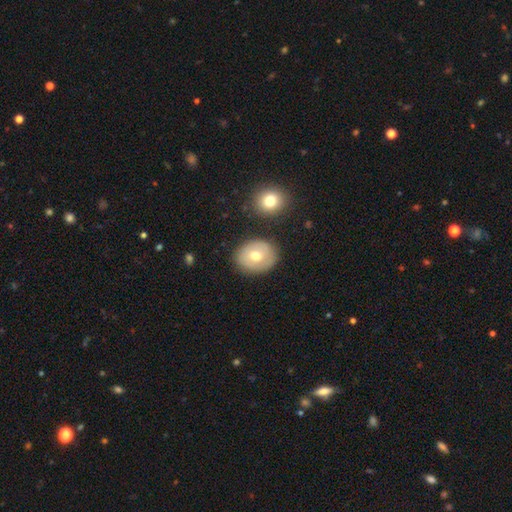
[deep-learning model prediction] The model was most divided on "how rounded": round: 57%, in between: 42%, cigar-shaped: 1%. More confident: merging — none (80%); smooth or featured — smooth (63%).